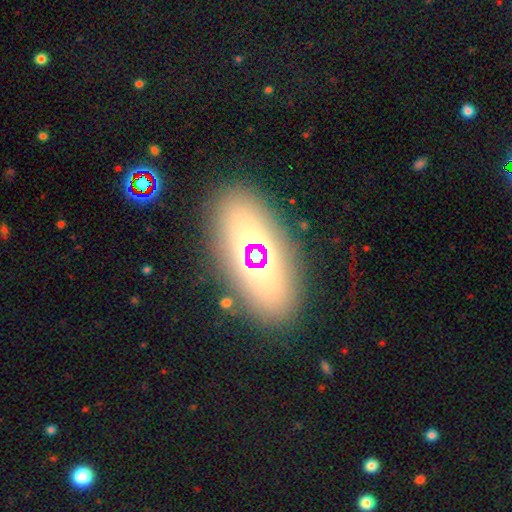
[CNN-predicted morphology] Overall: smooth (41%; featured or disk 32%). Merging: none (82%).